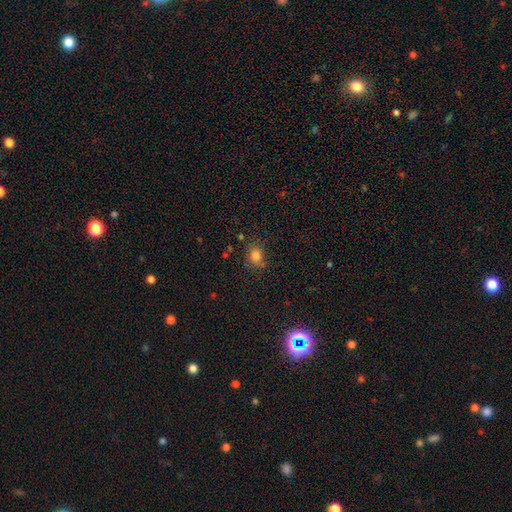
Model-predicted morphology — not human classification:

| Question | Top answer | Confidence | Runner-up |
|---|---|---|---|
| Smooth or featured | smooth | 80% | star or artifact (14%) |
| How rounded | round | 57% | in between (42%) |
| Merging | none | 72% | minor disturbance (16%) |